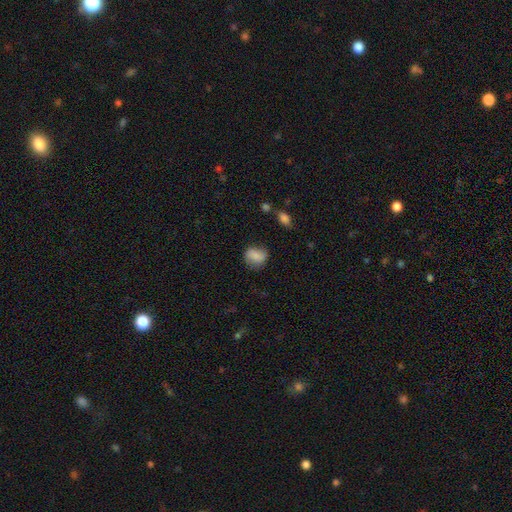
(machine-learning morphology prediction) smooth-or-featured: smooth: 76% | featured or disk: 16% | star or artifact: 9%
  how-rounded: round: 59% | in between: 39% | cigar-shaped: 2%
  merging: none: 69% | minor disturbance: 22% | major disturbance: 7% | merger: 2%